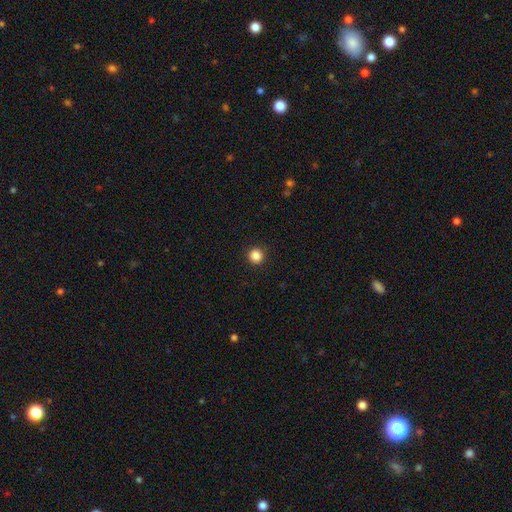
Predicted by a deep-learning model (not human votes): smooth-or-featured: smooth: 86% | star or artifact: 11% | featured or disk: 3%
  how-rounded: round: 95% | in between: 4% | cigar-shaped: 1%
  merging: none: 93% | minor disturbance: 5% | major disturbance: 2% | merger: 1%